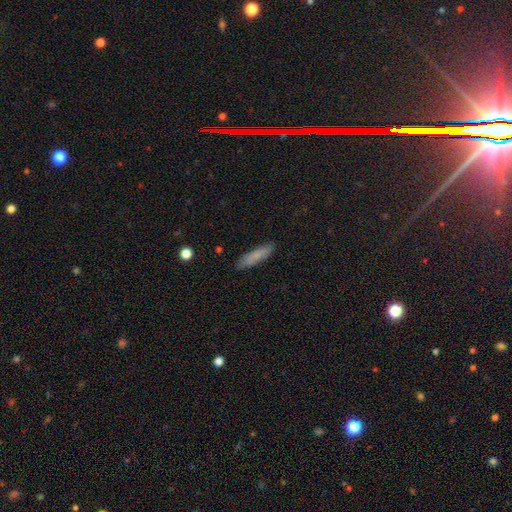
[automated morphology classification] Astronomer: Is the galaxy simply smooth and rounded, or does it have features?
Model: smooth — 79%.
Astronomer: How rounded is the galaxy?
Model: cigar-shaped — 77%.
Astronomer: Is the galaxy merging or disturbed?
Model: none — 86%.